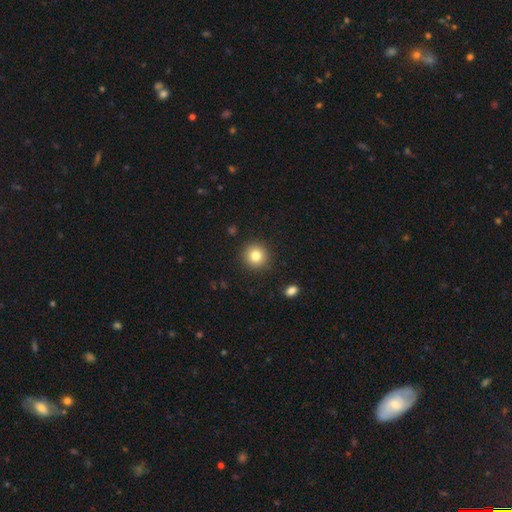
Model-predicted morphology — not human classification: Smooth or featured? Predicted: smooth (p=0.81). How rounded? Predicted: round (p=0.93). Merging? Predicted: none (p=0.91).